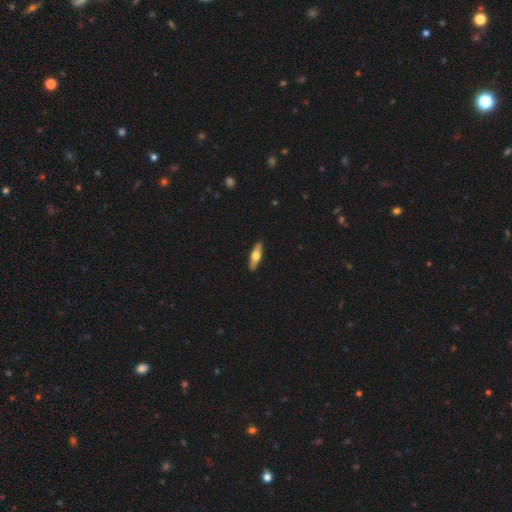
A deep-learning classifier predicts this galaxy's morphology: Smooth or featured: smooth — 50% (featured or disk — 44%)
How rounded: cigar-shaped — 62% (in between — 35%)
Merging: none — 91% (minor disturbance — 7%)